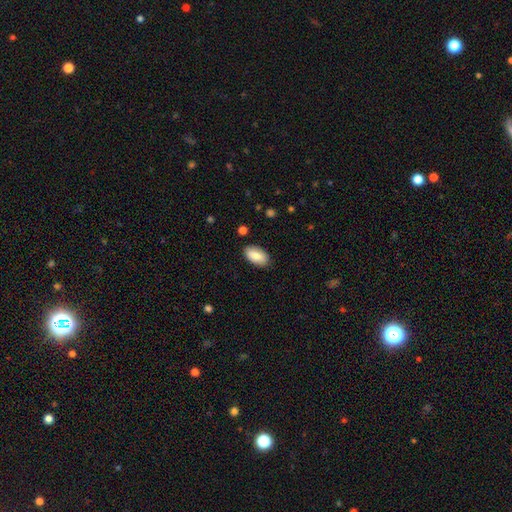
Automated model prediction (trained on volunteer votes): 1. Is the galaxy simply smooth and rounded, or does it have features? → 85% smooth, 8% featured or disk, 6% star or artifact.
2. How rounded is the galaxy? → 94% in between, 3% cigar-shaped, 3% round.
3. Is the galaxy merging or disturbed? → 86% none, 10% minor disturbance, 2% major disturbance, 1% merger.